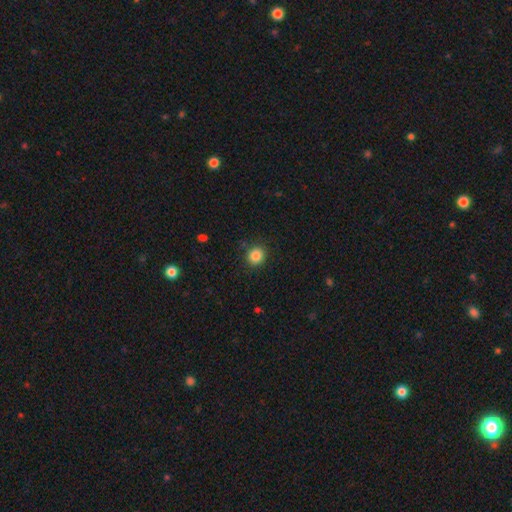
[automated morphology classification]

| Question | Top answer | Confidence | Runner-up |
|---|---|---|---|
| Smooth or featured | smooth | 86% | star or artifact (10%) |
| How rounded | round | 84% | in between (15%) |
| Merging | none | 88% | minor disturbance (8%) |